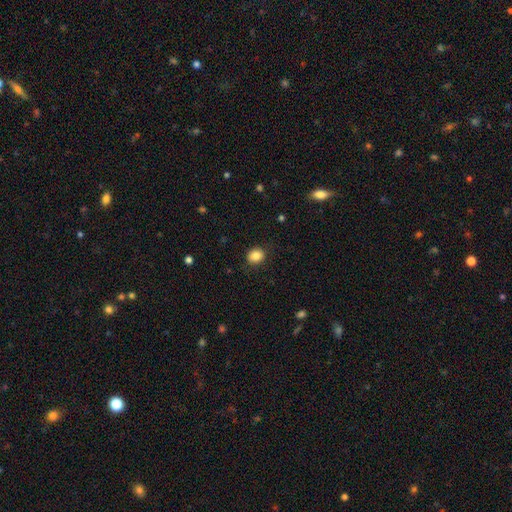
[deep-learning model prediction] Smooth or featured? smooth (85%)
How rounded? round (66%)
Merging? none (87%)